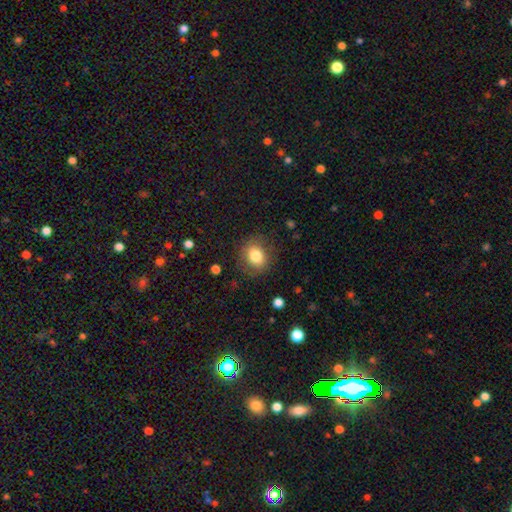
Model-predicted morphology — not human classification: A smooth galaxy with no disk features (80%) that is round (60%).

Vote fractions:
- Smooth or featured? smooth: 80% / featured or disk: 11% / star or artifact: 10%
- How rounded? round: 60% / in between: 39% / cigar-shaped: 1%
- Merging? none: 81% / minor disturbance: 13% / major disturbance: 5% / merger: 1%